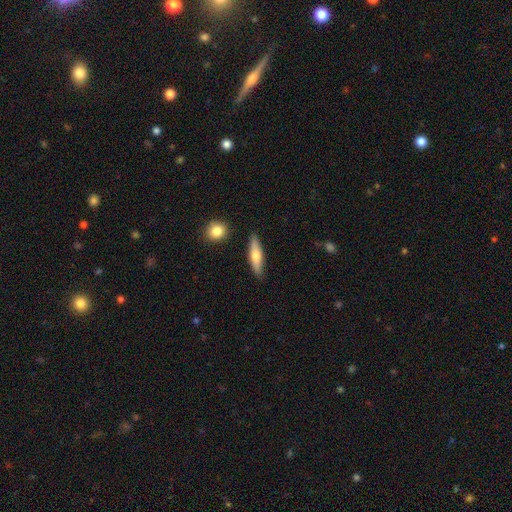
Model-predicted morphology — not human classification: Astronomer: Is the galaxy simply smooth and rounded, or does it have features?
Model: smooth — 60%.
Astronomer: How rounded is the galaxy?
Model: cigar-shaped — 73%.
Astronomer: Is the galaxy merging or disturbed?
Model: none — 87%.